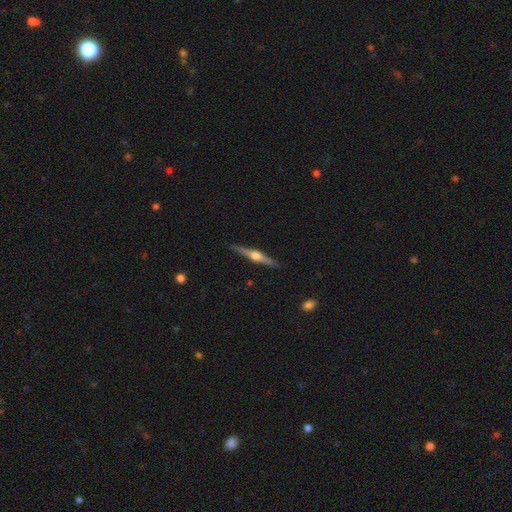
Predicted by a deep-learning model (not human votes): Smooth or featured?
  - featured or disk: 78% *
  - smooth: 17%
  - star or artifact: 5%
Edge-on disk?
  - yes: 98% *
  - no: 2%
Edge-on bulge?
  - rounded: 94% *
  - boxy: 4%
  - none: 2%
Merging?
  - none: 91% *
  - minor disturbance: 7%
  - major disturbance: 1%
  - merger: 1%